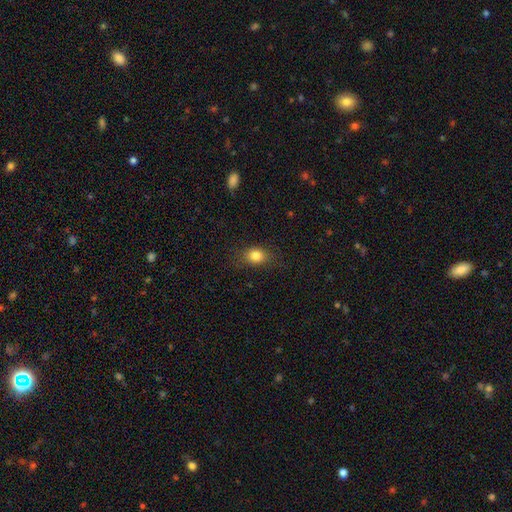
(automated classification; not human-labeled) smooth_or_featured: smooth (p=0.81) [alt: star or artifact p=0.11]
how_rounded: in between (p=0.54) [alt: round p=0.44]
merging: none (p=0.79) [alt: minor disturbance p=0.15]